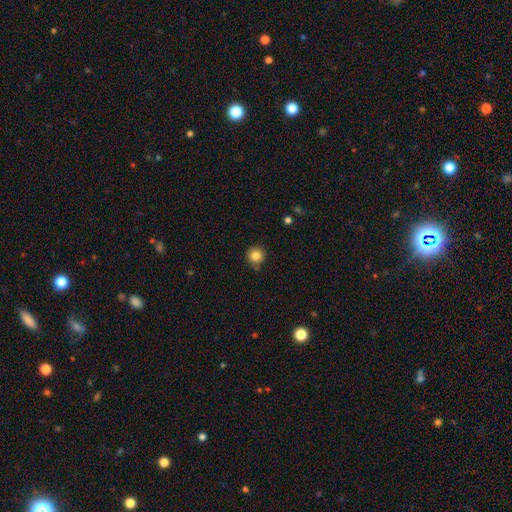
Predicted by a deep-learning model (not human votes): A smooth galaxy with no disk features (83%) that is round (94%). Merging: none (84%).